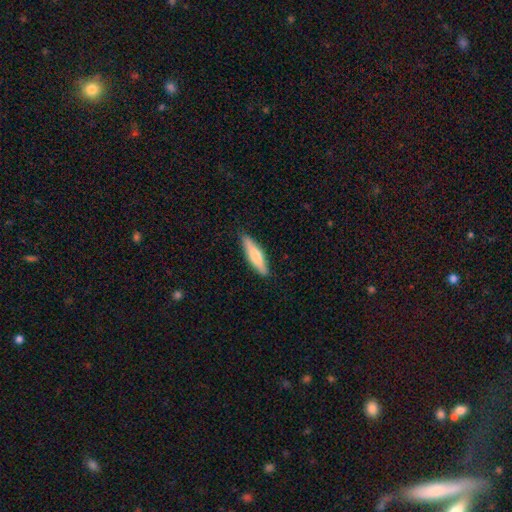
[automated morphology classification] Smooth or featured? Predicted: smooth (p=0.65). How rounded? Predicted: cigar-shaped (p=0.73). Merging? Predicted: none (p=0.88).